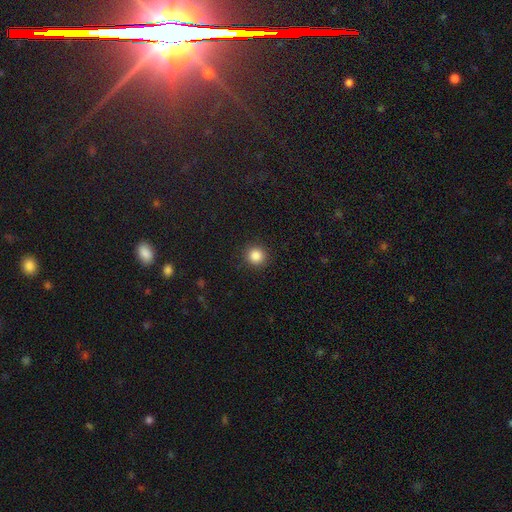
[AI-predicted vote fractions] Smooth or featured? Predicted: smooth (p=0.86). How rounded? Predicted: round (p=0.94). Merging? Predicted: none (p=0.92).